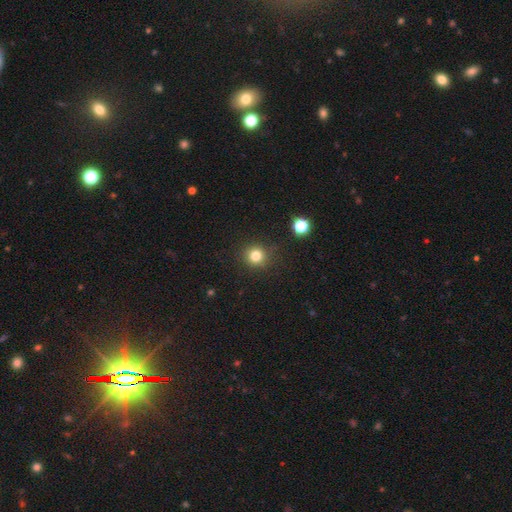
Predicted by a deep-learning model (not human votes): The model was most divided on "smooth or featured": smooth: 80%, star or artifact: 14%, featured or disk: 6%. More confident: how rounded — round (93%); merging — none (89%).